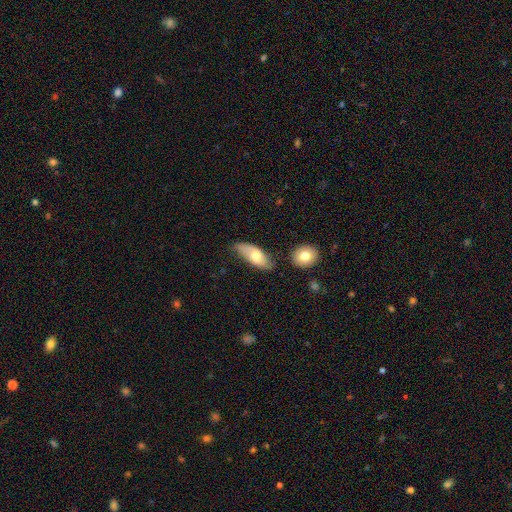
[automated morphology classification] This is likely a smooth galaxy (63%). How rounded: clearly in between (83%). Merging: possibly none (58%).